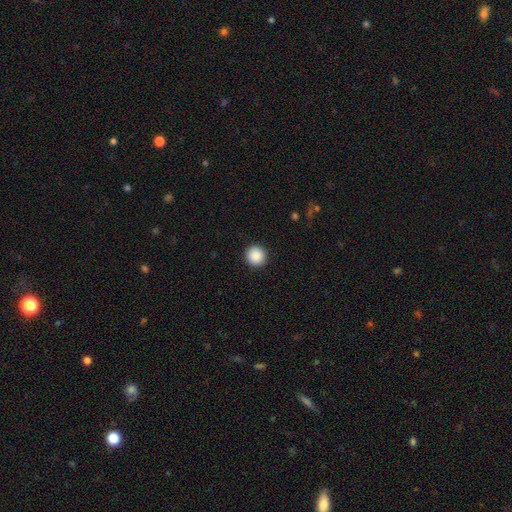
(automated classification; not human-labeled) smooth_or_featured: smooth (p=0.89) [alt: star or artifact p=0.08]
how_rounded: round (p=0.95) [alt: in between p=0.04]
merging: none (p=0.93) [alt: minor disturbance p=0.05]